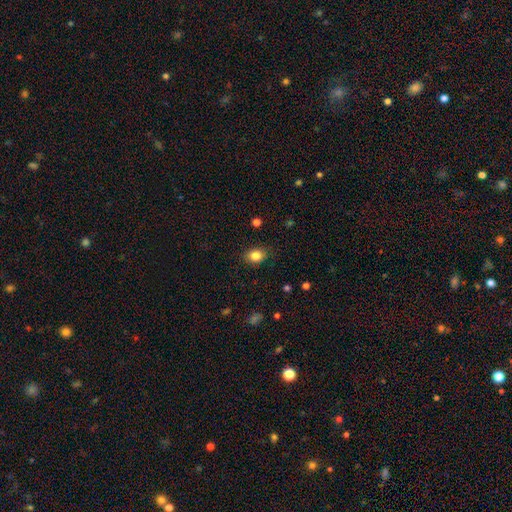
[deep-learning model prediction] smooth 84%, star or artifact 10%, featured or disk 6%. Down the decision tree: how rounded — in between (65%); merging — none (85%).